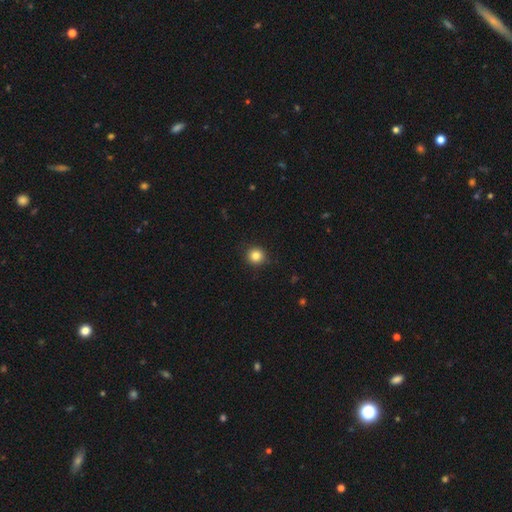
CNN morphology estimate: Overall: smooth (84%). How rounded: round (92%). Merging: none (91%).